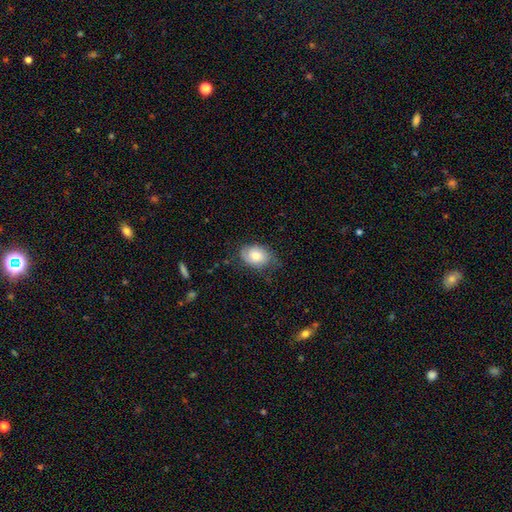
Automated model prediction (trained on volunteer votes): Smooth or featured?
  - smooth: 62% *
  - featured or disk: 30%
  - star or artifact: 7%
How rounded?
  - in between: 79% *
  - round: 19%
  - cigar-shaped: 1%
Merging?
  - none: 59% *
  - minor disturbance: 30%
  - major disturbance: 10%
  - merger: 1%